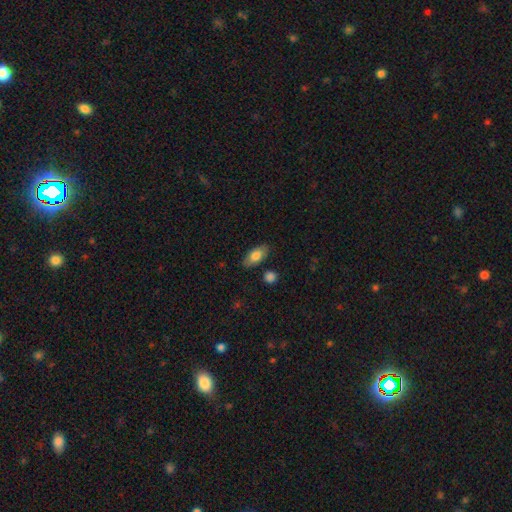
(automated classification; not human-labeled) Smooth or featured: smooth — 78% (featured or disk — 16%)
How rounded: in between — 89% (cigar-shaped — 7%)
Merging: none — 83% (minor disturbance — 12%)